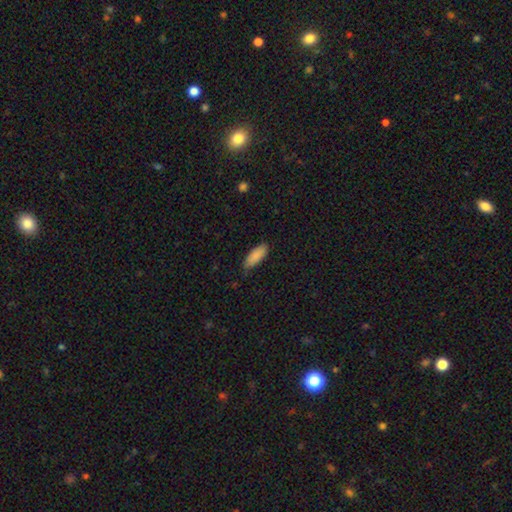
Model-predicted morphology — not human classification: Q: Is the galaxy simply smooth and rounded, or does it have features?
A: smooth — 88%.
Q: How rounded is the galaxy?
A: in between — 73%.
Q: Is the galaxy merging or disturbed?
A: none — 76%.